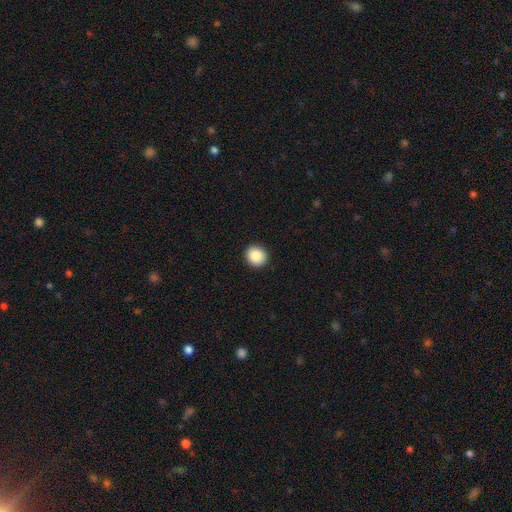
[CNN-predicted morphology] A smooth galaxy with no disk features (88%) that is round (86%). Merging: none (92%).